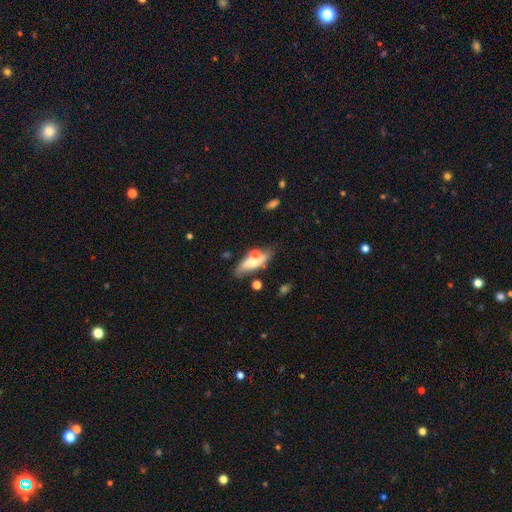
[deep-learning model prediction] This appears to be a smooth galaxy with no disk features (52%) that is in between round and cigar-shaped (64%). Merging: none (53%).